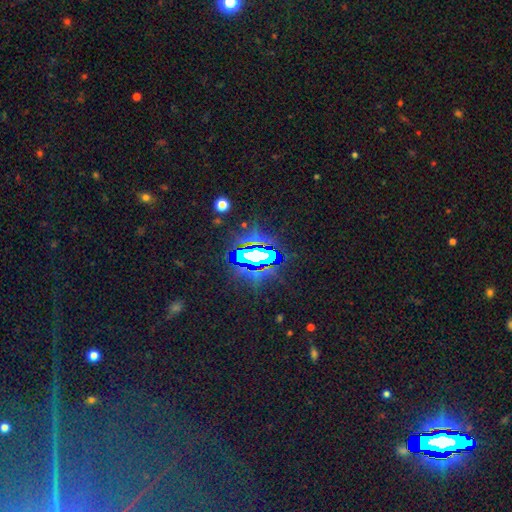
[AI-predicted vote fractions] Smooth or featured: star or artifact — 71% (smooth — 15%)